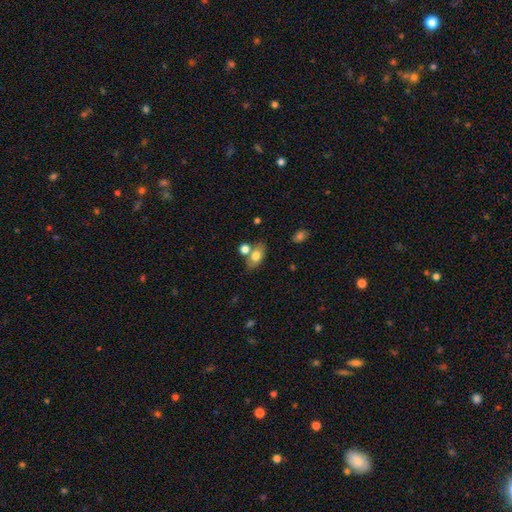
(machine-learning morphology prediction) smooth-or-featured: smooth: 74% | featured or disk: 17% | star or artifact: 9%
  how-rounded: in between: 82% | round: 16% | cigar-shaped: 3%
  merging: none: 58% | merger: 24% | minor disturbance: 14% | major disturbance: 5%